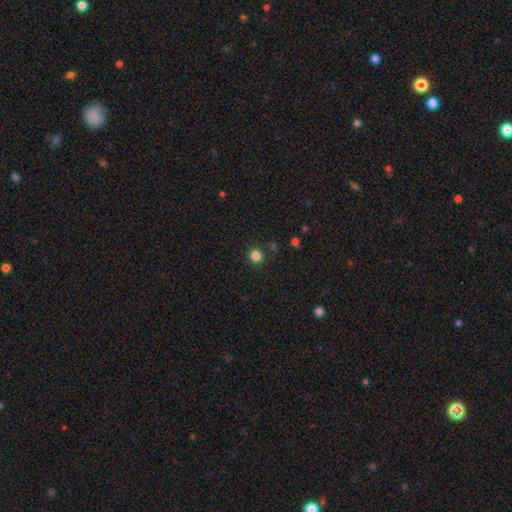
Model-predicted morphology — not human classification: Smooth or featured? Predicted: smooth (p=0.82). How rounded? Predicted: round (p=0.94). Merging? Predicted: none (p=0.87).